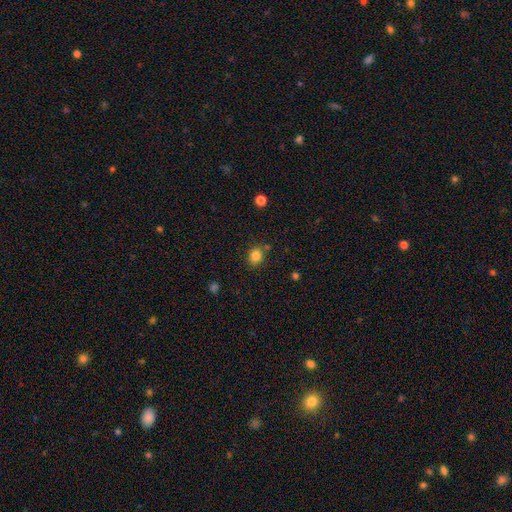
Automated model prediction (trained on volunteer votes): Overall: smooth (83%). How rounded: round (67%; in between 32%). Merging: none (77%).